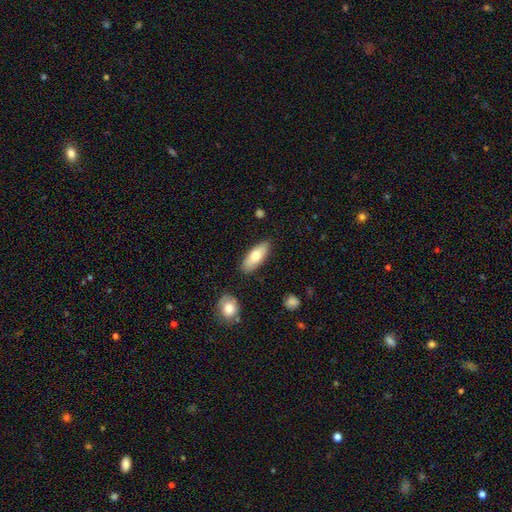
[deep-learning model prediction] Smooth or featured? Predicted: smooth (p=0.70). How rounded? Predicted: in between (p=0.73). Merging? Predicted: none (p=0.85).